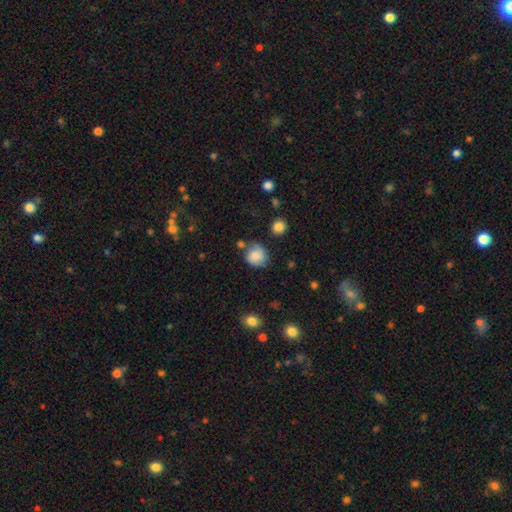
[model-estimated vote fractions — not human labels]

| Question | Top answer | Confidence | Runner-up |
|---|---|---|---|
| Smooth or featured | smooth | 72% | featured or disk (19%) |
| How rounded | round | 80% | in between (19%) |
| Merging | none | 62% | minor disturbance (23%) |